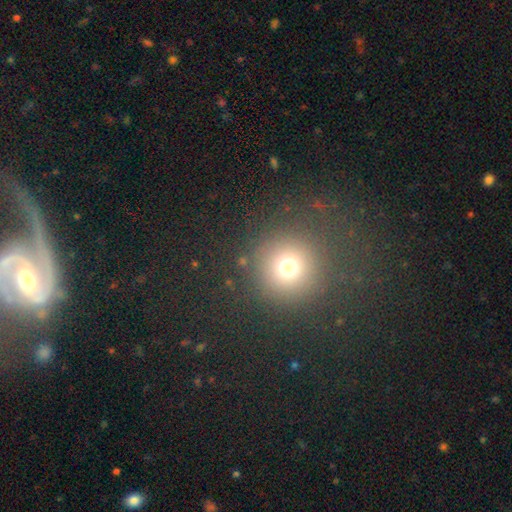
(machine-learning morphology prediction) Smooth or featured?
  - smooth: 63% *
  - star or artifact: 20%
  - featured or disk: 17%
How rounded?
  - round: 93% *
  - in between: 6%
  - cigar-shaped: 1%
Merging?
  - none: 80% *
  - minor disturbance: 9%
  - major disturbance: 7%
  - merger: 3%